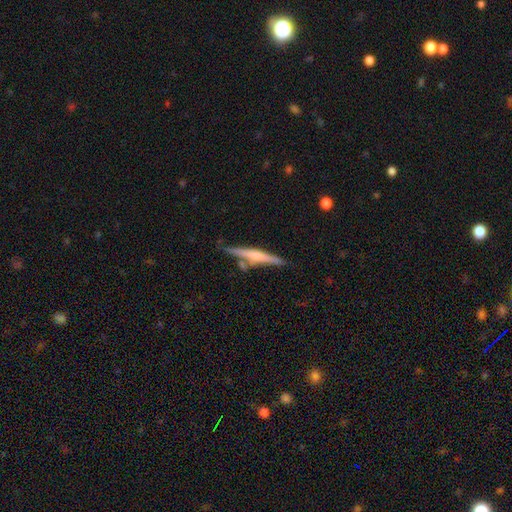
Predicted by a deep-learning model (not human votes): Smooth or featured? featured or disk (55%)
Edge-on disk? yes (96%)
Edge-on bulge? rounded (54%)
Merging? none (72%)